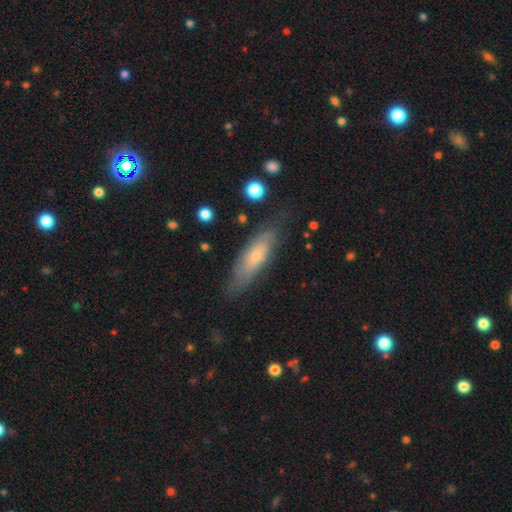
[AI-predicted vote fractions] Smooth or featured? Predicted: smooth (p=0.50). Merging? Predicted: none (p=0.72).